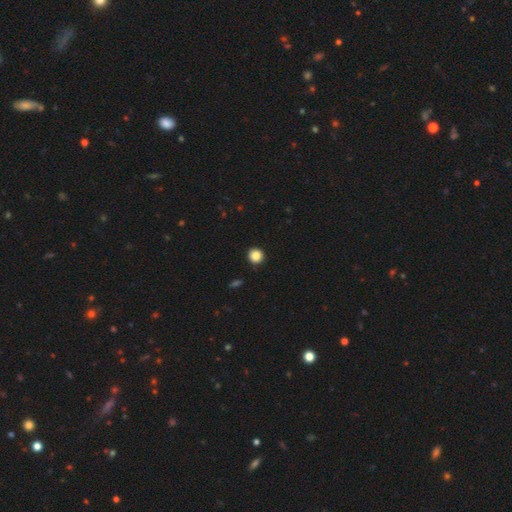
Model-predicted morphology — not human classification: smooth-or-featured: smooth: 86% | star or artifact: 10% | featured or disk: 3%
  how-rounded: round: 92% | in between: 7% | cigar-shaped: 1%
  merging: none: 92% | minor disturbance: 5% | major disturbance: 2% | merger: 1%